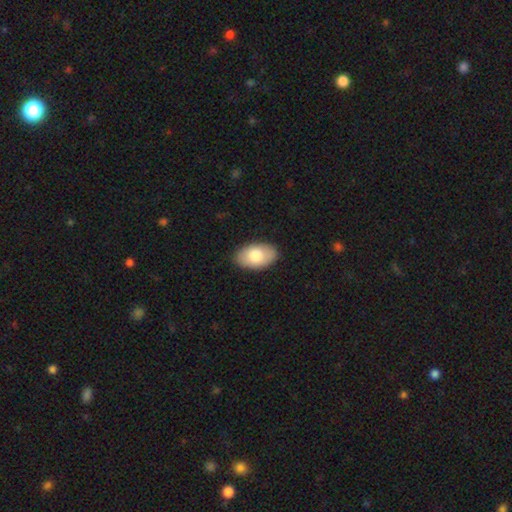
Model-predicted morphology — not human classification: Smooth or featured: smooth — 76% (featured or disk — 18%)
How rounded: in between — 94% (round — 5%)
Merging: none — 87% (minor disturbance — 10%)